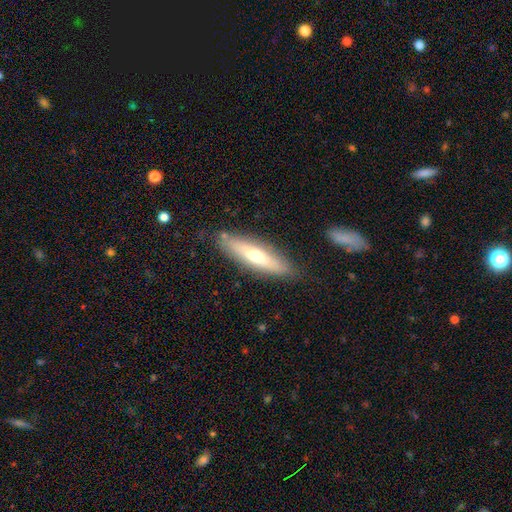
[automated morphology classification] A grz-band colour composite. It shows a smooth galaxy with no disk features (54%) that is cigar-shaped (67%). Merging: none (81%).